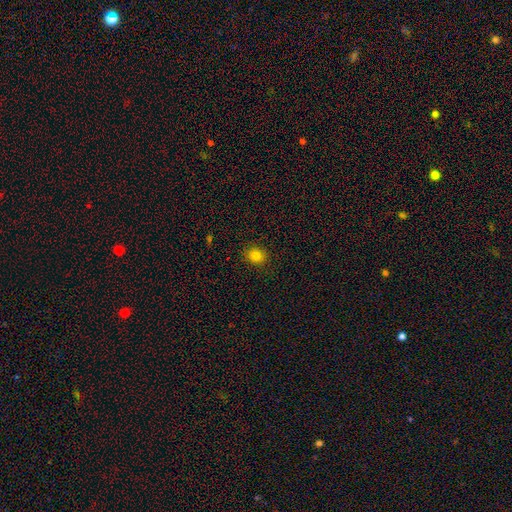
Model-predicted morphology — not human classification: Q: Smooth or featured?
A: smooth (81%); runner-up: star or artifact (13%)
Q: How rounded?
A: round (72%); runner-up: in between (27%)
Q: Merging?
A: none (90%); runner-up: minor disturbance (7%)